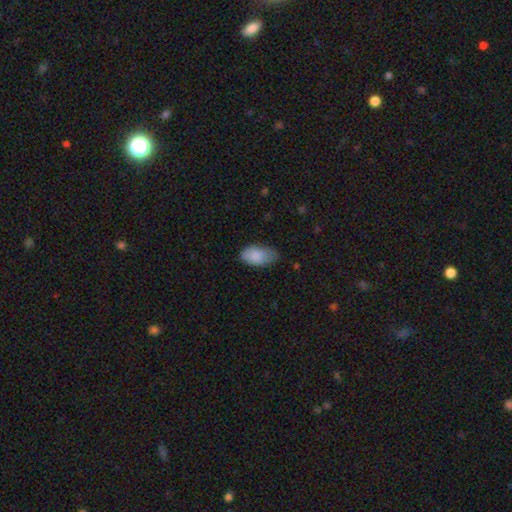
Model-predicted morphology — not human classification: Smooth or featured?
  - smooth: 85% *
  - featured or disk: 8%
  - star or artifact: 6%
How rounded?
  - in between: 94% *
  - round: 4%
  - cigar-shaped: 2%
Merging?
  - none: 59% *
  - minor disturbance: 33%
  - major disturbance: 7%
  - merger: 1%